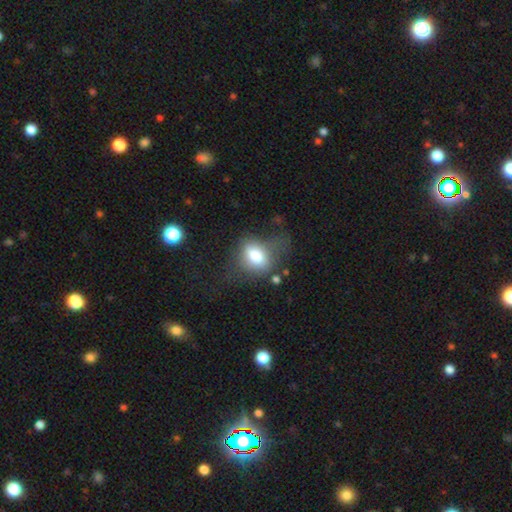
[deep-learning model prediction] Smooth or featured? Predicted: smooth (p=0.74). How rounded? Predicted: in between (p=0.69). Merging? Predicted: none (p=0.41).